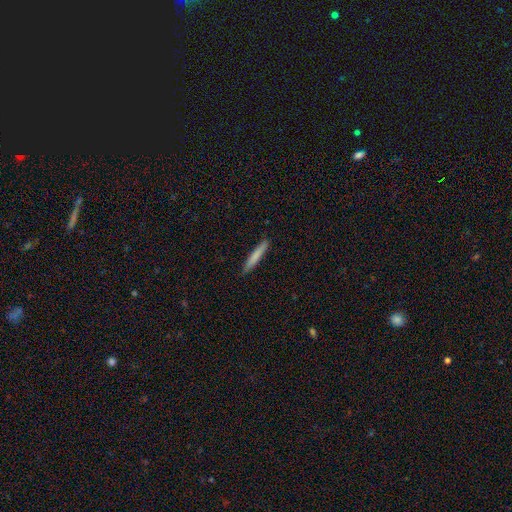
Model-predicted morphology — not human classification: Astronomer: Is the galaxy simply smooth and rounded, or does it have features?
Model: smooth — 78%.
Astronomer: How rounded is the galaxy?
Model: cigar-shaped — 94%.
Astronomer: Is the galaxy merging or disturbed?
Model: none — 90%.